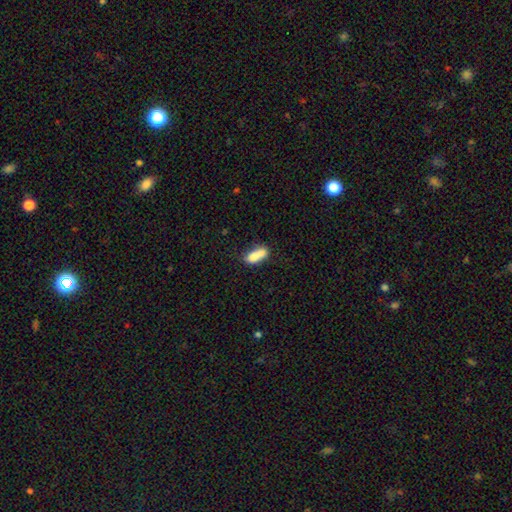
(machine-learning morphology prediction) type=smooth (79%); roundness=in between (64%); merging=none (47%).